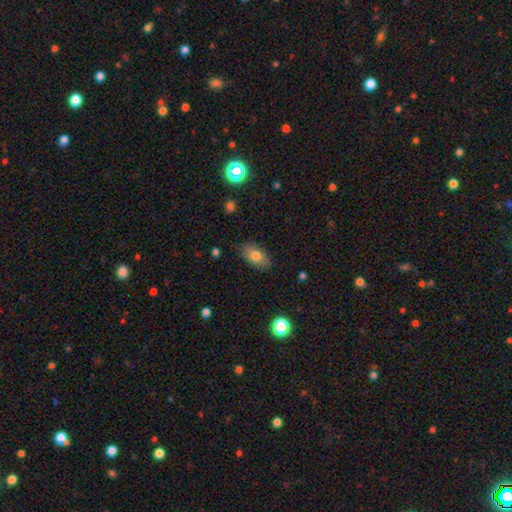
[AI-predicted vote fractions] Q: Smooth or featured?
A: smooth (77%); runner-up: featured or disk (14%)
Q: How rounded?
A: in between (90%); runner-up: round (7%)
Q: Merging?
A: none (84%); runner-up: minor disturbance (12%)